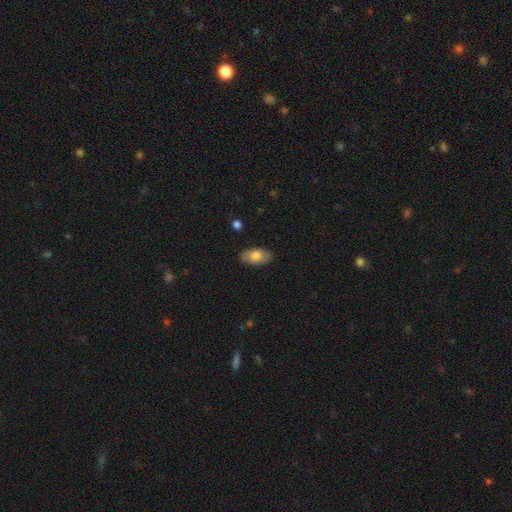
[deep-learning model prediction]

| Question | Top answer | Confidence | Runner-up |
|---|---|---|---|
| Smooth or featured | smooth | 72% | featured or disk (21%) |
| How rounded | in between | 94% | round (4%) |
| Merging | none | 85% | minor disturbance (11%) |